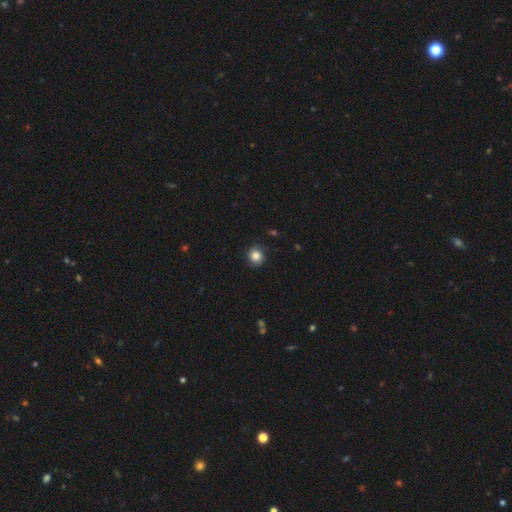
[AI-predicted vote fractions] smooth_or_featured: smooth (p=0.82) [alt: star or artifact p=0.10]
how_rounded: round (p=0.89) [alt: in between p=0.10]
merging: none (p=0.86) [alt: minor disturbance p=0.10]